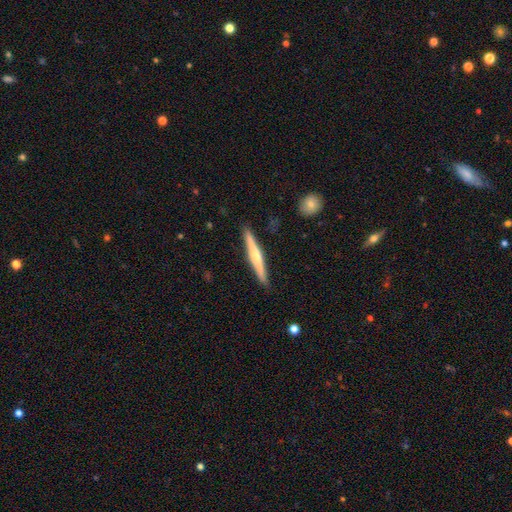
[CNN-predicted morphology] Smooth or featured?
  - featured or disk: 60% *
  - smooth: 34%
  - star or artifact: 6%
Edge-on disk?
  - yes: 98% *
  - no: 2%
Edge-on bulge?
  - rounded: 70% *
  - none: 21%
  - boxy: 8%
Merging?
  - none: 90% *
  - minor disturbance: 7%
  - major disturbance: 1%
  - merger: 1%